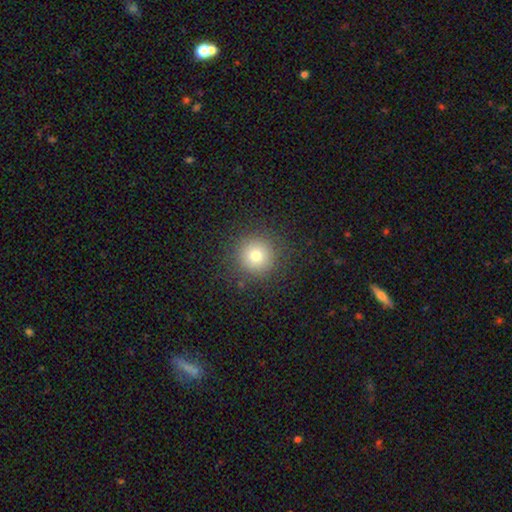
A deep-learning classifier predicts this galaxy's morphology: A smooth galaxy with no disk features (78%) that is round (95%).

Vote fractions:
- Smooth or featured? smooth: 78% / star or artifact: 13% / featured or disk: 9%
- How rounded? round: 95% / in between: 4% / cigar-shaped: 1%
- Merging? none: 88% / minor disturbance: 7% / major disturbance: 3% / merger: 1%